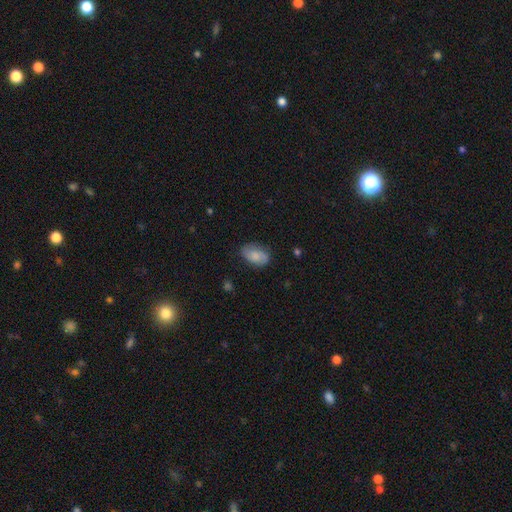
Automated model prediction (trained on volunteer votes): The model was most divided on "smooth or featured": smooth: 60%, featured or disk: 33%, star or artifact: 8%. More confident: how rounded — in between (90%); merging — none (73%).